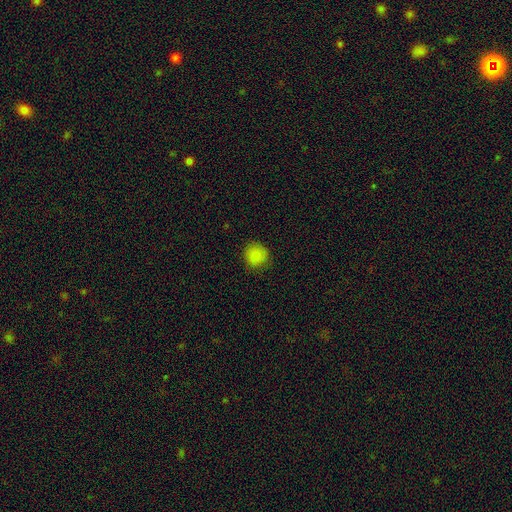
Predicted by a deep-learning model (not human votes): Overall: smooth (86%). How rounded: round (91%). Merging: none (85%).